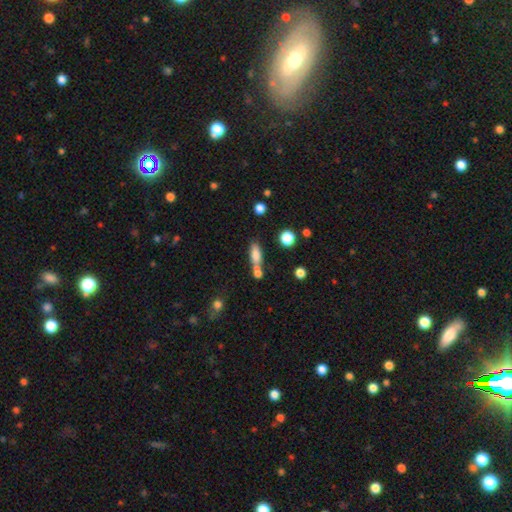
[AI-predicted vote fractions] smooth-or-featured: smooth: 74% | featured or disk: 15% | star or artifact: 10%
  how-rounded: in between: 57% | cigar-shaped: 36% | round: 7%
  merging: merger: 44% | none: 37% | minor disturbance: 12% | major disturbance: 6%